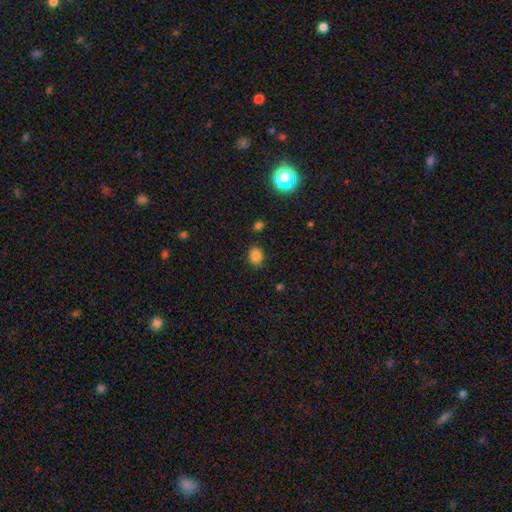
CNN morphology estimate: Smooth or featured? smooth (83%)
How rounded? in between (51%)
Merging? none (85%)